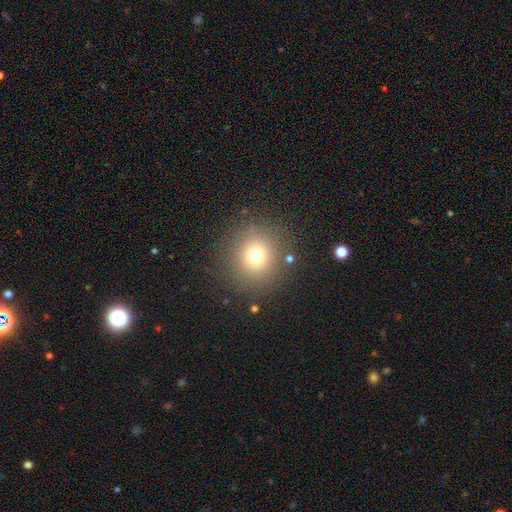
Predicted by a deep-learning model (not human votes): This is likely a smooth galaxy (72%). How rounded: clearly round (93%). Merging: clearly none (87%).